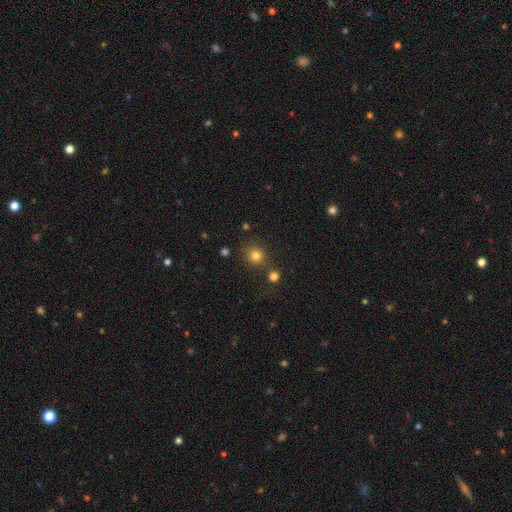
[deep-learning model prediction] Overall: smooth (79%). How rounded: round (89%). Merging: none (78%).